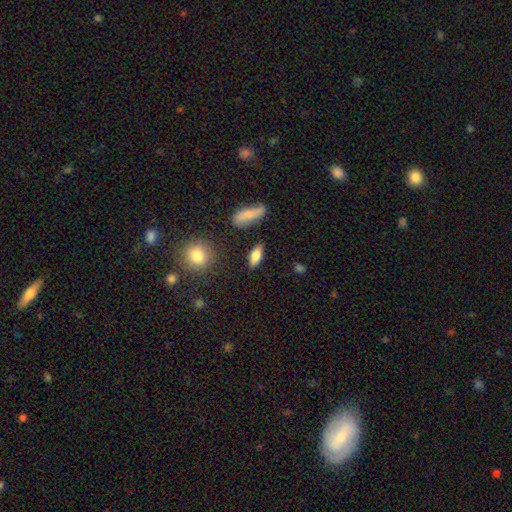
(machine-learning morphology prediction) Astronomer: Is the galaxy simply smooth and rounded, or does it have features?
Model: smooth — 68%.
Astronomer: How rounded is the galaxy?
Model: in between — 72%.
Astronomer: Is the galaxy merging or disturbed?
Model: none — 83%.